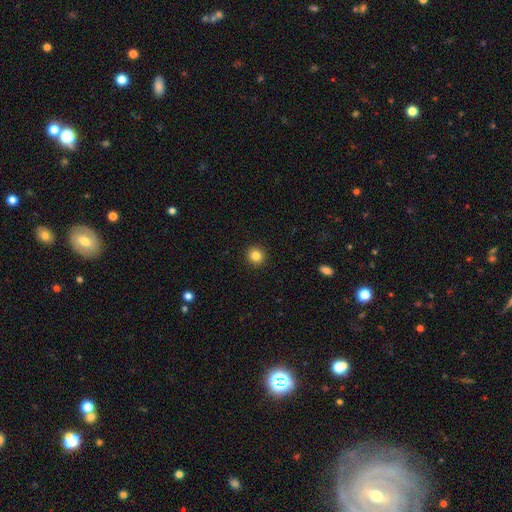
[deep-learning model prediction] Overall: smooth (84%). How rounded: round (93%). Merging: none (93%).